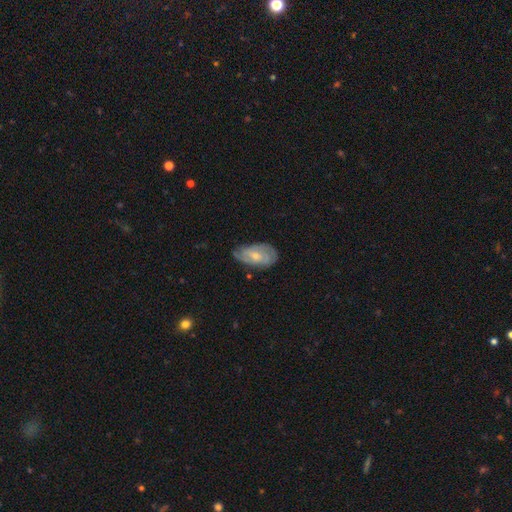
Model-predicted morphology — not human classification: type=featured or disk (64%); edge-on=no (94%); bar=no (52%); spiral arms=yes (84%); winding=tight (53%); arm count=2 (38%); bulge=small (53%); merging=none (63%).